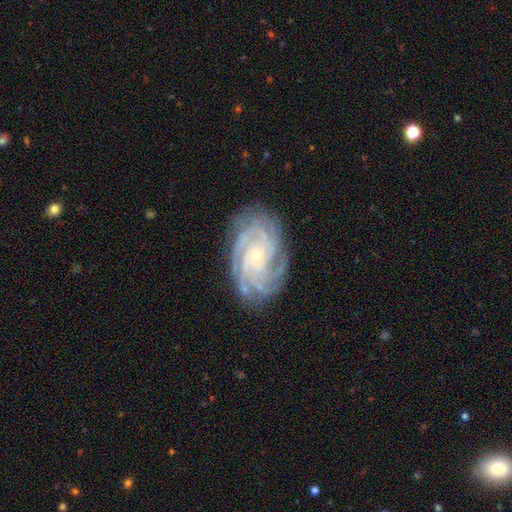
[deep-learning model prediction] A featured or disk galaxy (90%) with no bar (75%), 4 (36%) tight (76%) spiral arms (98%) and a small central bulge (80%).

Vote fractions:
- Smooth or featured? featured or disk: 90% / star or artifact: 5% / smooth: 5%
- Edge-on disk? no: 97% / yes: 3%
- Bar? no: 75% / weak: 20% / strong: 6%
- Spiral arms? yes: 98% / no: 2%
- Spiral winding? tight: 76% / medium: 20% / loose: 3%
- Spiral arm count? 4: 36% / more than 4: 18% / can't tell: 16% / 3: 15% / 2: 8% / 1: 7%
- Bulge size? small: 80% / moderate: 17% / none: 1% / large: 1% / dominant: 1%
- Merging? none: 80% / minor disturbance: 15% / major disturbance: 4% / merger: 1%